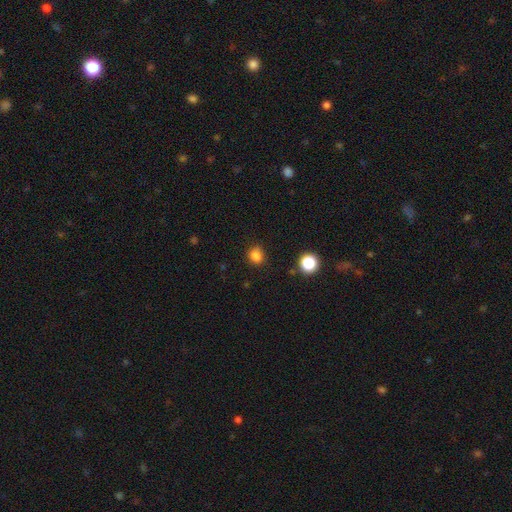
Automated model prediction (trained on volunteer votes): This is clearly a smooth galaxy (82%). How rounded: likely round (75%). Merging: clearly none (82%).